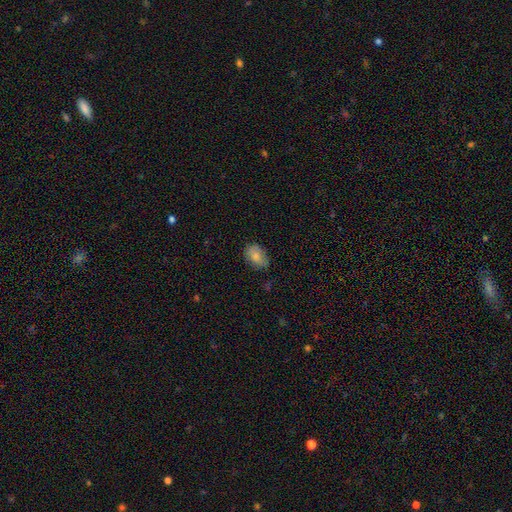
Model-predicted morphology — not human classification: A smooth galaxy with no disk features (80%) that is in between round and cigar-shaped (82%). Merging: none (69%).